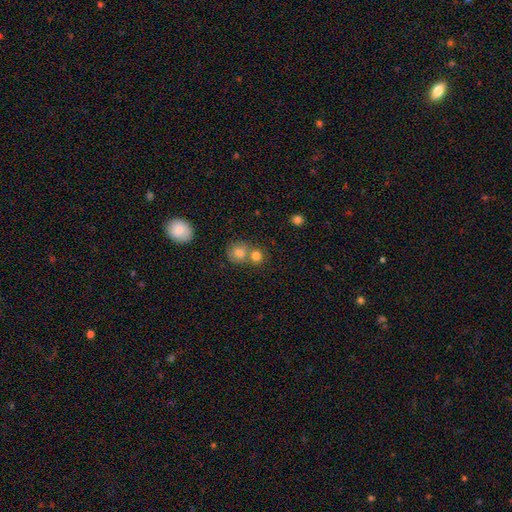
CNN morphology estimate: Q: Smooth or featured?
A: smooth (79%); runner-up: star or artifact (12%)
Q: How rounded?
A: round (83%); runner-up: in between (16%)
Q: Merging?
A: merger (45%); tied with: none (45%)